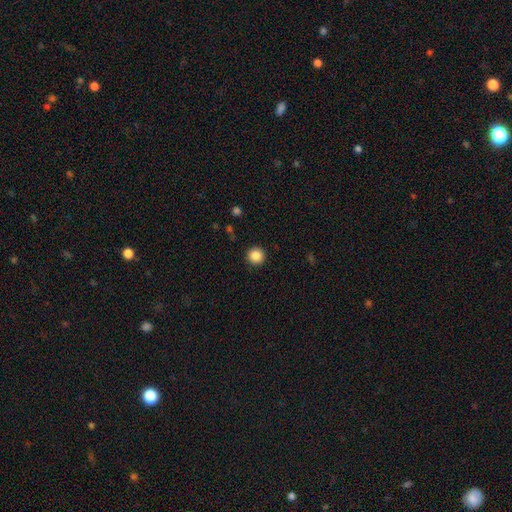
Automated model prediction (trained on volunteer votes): smooth_or_featured: smooth (p=0.87) [alt: star or artifact p=0.10]
how_rounded: round (p=0.95) [alt: in between p=0.04]
merging: none (p=0.92) [alt: minor disturbance p=0.05]